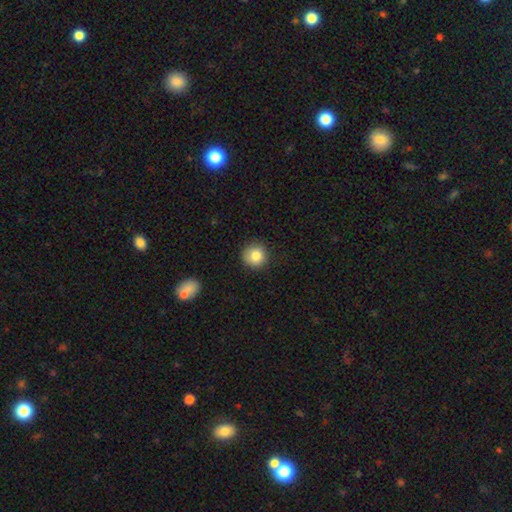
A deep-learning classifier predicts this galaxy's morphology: A smooth galaxy with no disk features (84%) that is round (93%).

Vote fractions:
- Smooth or featured? smooth: 84% / star or artifact: 9% / featured or disk: 7%
- How rounded? round: 93% / in between: 6% / cigar-shaped: 1%
- Merging? none: 87% / minor disturbance: 9% / major disturbance: 2% / merger: 1%